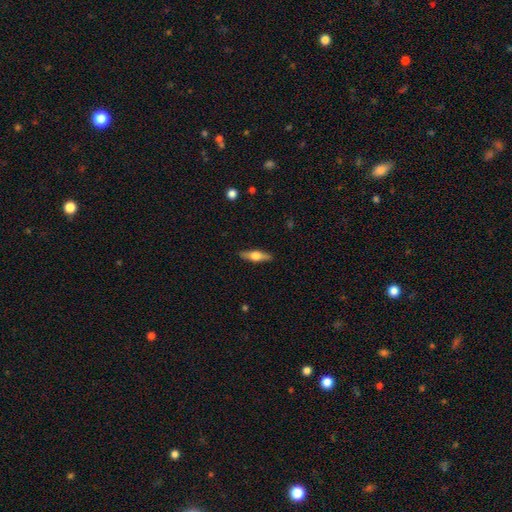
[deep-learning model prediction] smooth_or_featured: featured or disk (p=0.56) [alt: smooth p=0.38]
disk_edge_on: yes (p=0.95) [alt: no p=0.05]
edge_on_bulge: rounded (p=0.94) [alt: boxy p=0.05]
merging: none (p=0.90) [alt: minor disturbance p=0.07]